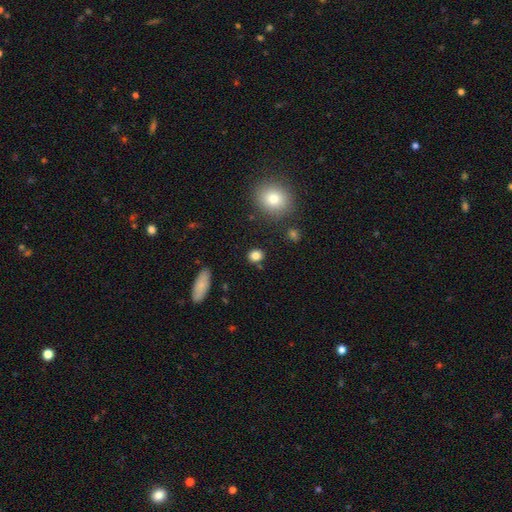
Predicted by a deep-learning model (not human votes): smooth_or_featured: smooth (p=0.83) [alt: star or artifact p=0.11]
how_rounded: round (p=0.68) [alt: in between p=0.30]
merging: none (p=0.85) [alt: minor disturbance p=0.09]